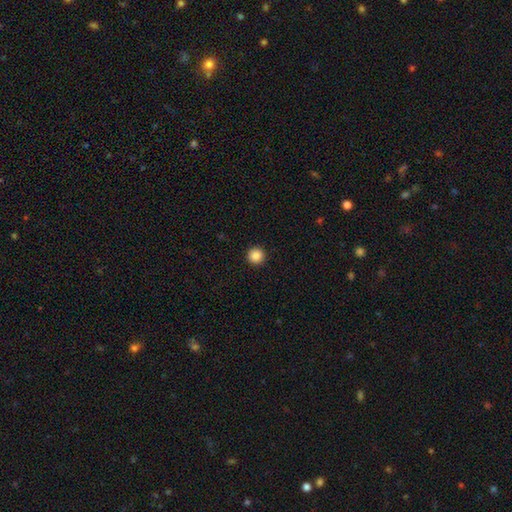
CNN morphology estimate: Overall: smooth (87%). How rounded: round (96%). Merging: none (93%).